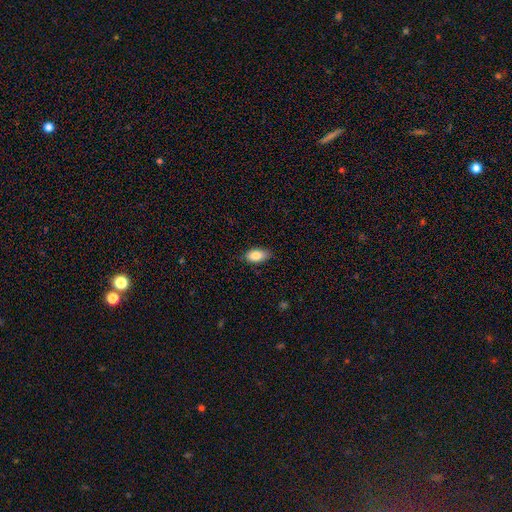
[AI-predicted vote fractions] The model was most divided on "merging": none: 80%, minor disturbance: 16%, major disturbance: 3%, merger: 1%. More confident: how rounded — in between (91%); smooth or featured — smooth (85%).